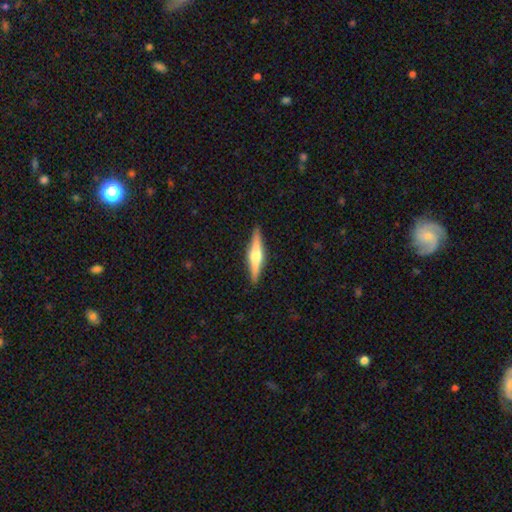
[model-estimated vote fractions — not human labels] Smooth or featured: featured or disk — 69% (smooth — 26%)
Edge-on disk: yes — 98% (no — 2%)
Edge-on bulge: rounded — 92% (boxy — 5%)
Merging: none — 91% (minor disturbance — 7%)